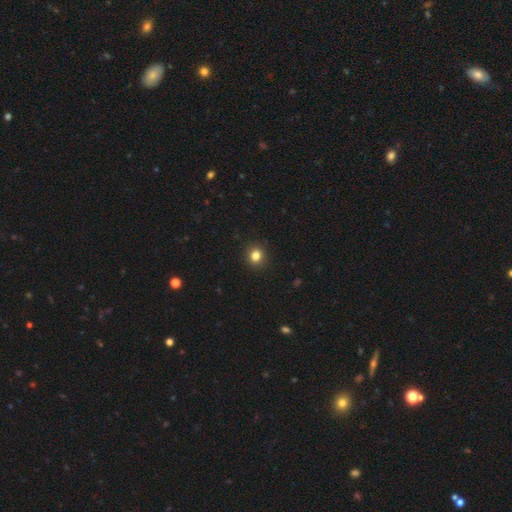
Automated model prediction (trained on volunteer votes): Smooth or featured: smooth — 82% (star or artifact — 12%)
How rounded: round — 82% (in between — 17%)
Merging: none — 92% (minor disturbance — 5%)